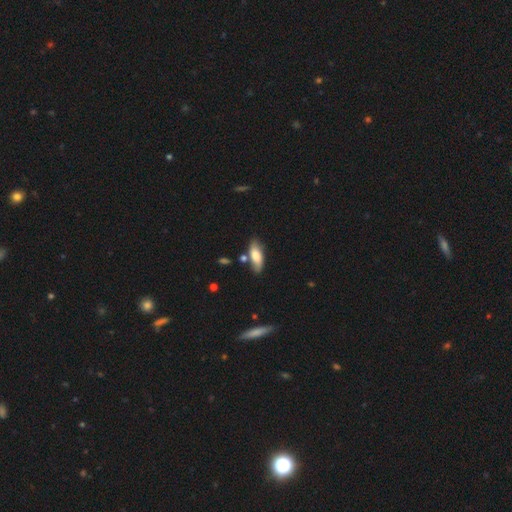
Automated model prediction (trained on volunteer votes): Q: Smooth or featured?
A: smooth (69%); runner-up: featured or disk (24%)
Q: How rounded?
A: in between (77%); runner-up: cigar-shaped (21%)
Q: Merging?
A: none (69%); runner-up: minor disturbance (19%)